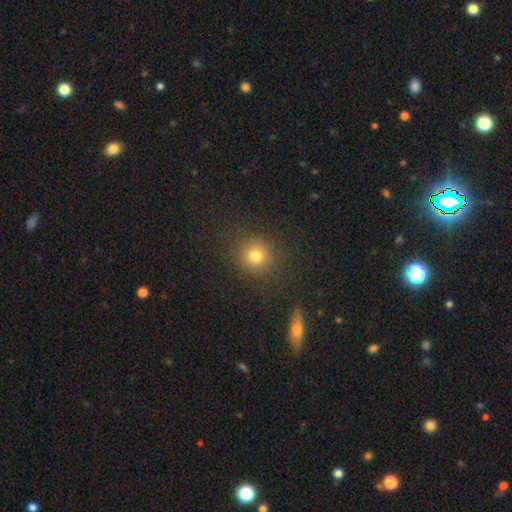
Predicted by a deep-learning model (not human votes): A smooth galaxy with no disk features (75%) that is round (90%). Merging: none (87%).